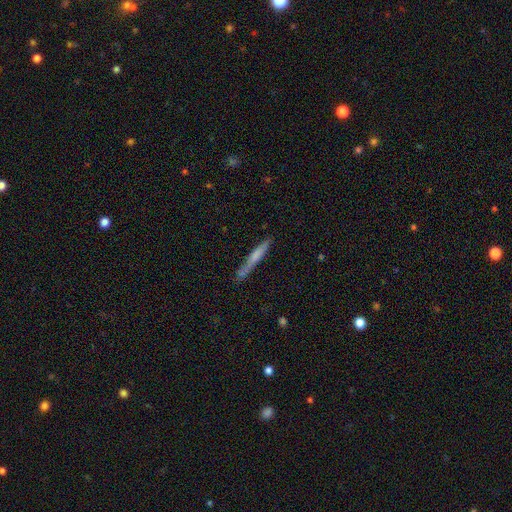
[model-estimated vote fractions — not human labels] This is possibly a smooth galaxy (55%). How rounded: clearly cigar-shaped (95%). Merging: likely none (74%).